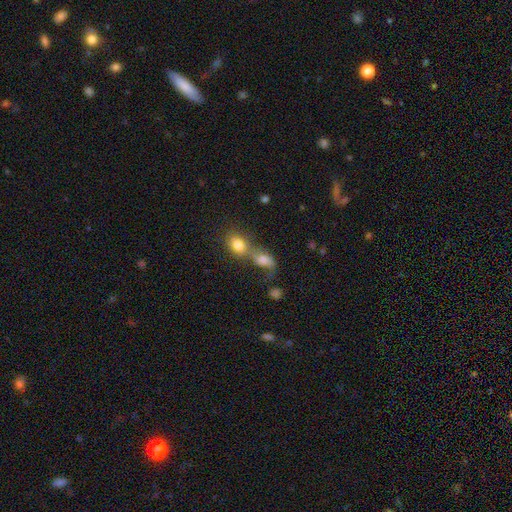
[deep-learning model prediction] smooth-or-featured: smooth: 66% | star or artifact: 20% | featured or disk: 14%
  how-rounded: round: 67% | in between: 29% | cigar-shaped: 3%
  merging: merger: 55% | none: 34% | minor disturbance: 7% | major disturbance: 4%